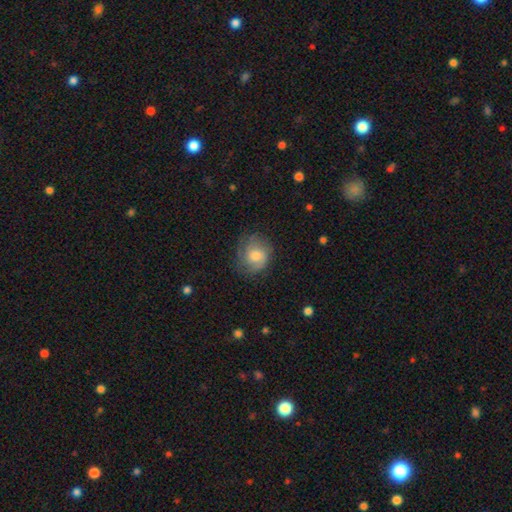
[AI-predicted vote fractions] Q: Smooth or featured?
A: smooth (52%); runner-up: featured or disk (40%)
Q: How rounded?
A: round (75%); runner-up: in between (24%)
Q: Merging?
A: none (69%); runner-up: minor disturbance (21%)